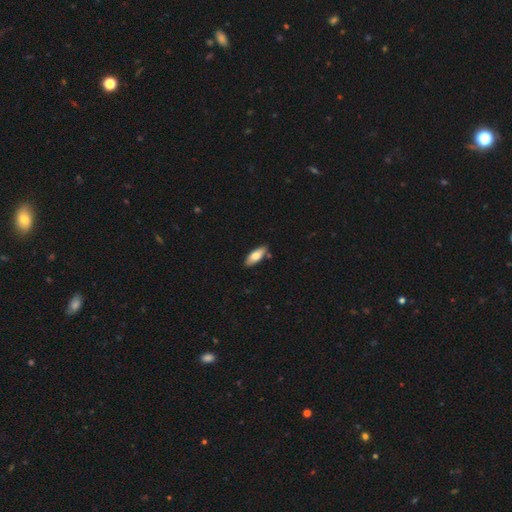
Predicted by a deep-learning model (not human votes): smooth_or_featured: smooth (p=0.74) [alt: featured or disk p=0.21]
how_rounded: in between (p=0.72) [alt: cigar-shaped p=0.26]
merging: none (p=0.82) [alt: minor disturbance p=0.12]